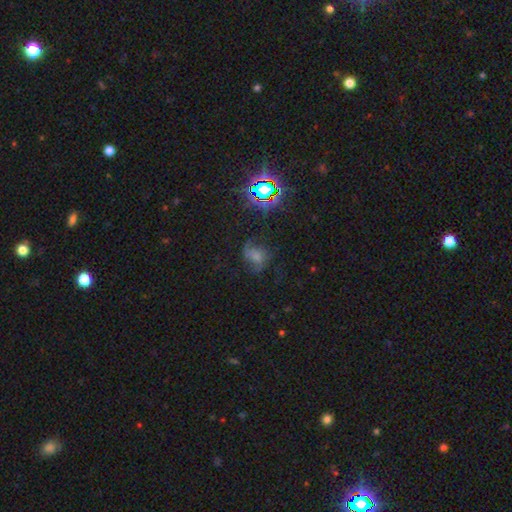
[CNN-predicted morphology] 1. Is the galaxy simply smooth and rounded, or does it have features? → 37% featured or disk, 34% smooth, 28% star or artifact.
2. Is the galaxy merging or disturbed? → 49% none, 25% major disturbance, 23% minor disturbance, 3% merger.